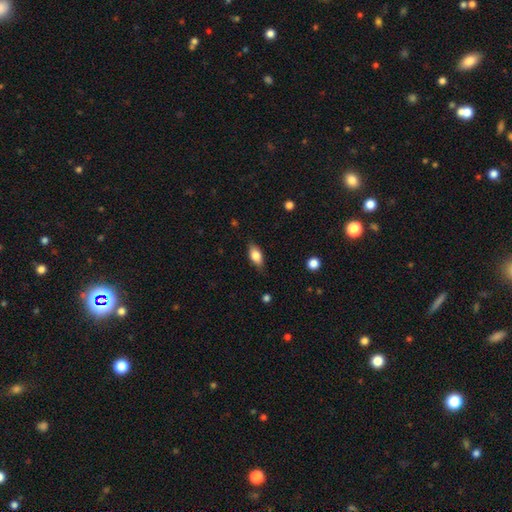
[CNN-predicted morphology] Smooth or featured? Predicted: smooth (p=0.75). How rounded? Predicted: in between (p=0.84). Merging? Predicted: none (p=0.81).